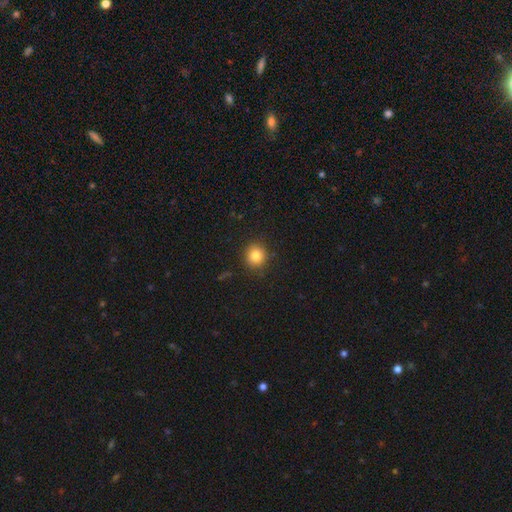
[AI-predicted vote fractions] Smooth or featured? Predicted: smooth (p=0.83). How rounded? Predicted: round (p=0.88). Merging? Predicted: none (p=0.89).